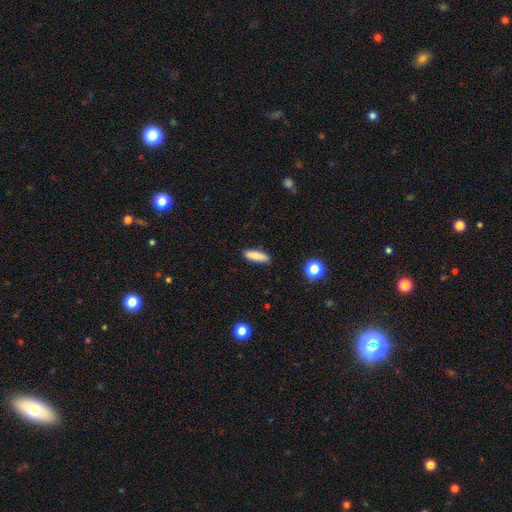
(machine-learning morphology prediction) Q: Smooth or featured?
A: smooth (86%); runner-up: star or artifact (7%)
Q: How rounded?
A: cigar-shaped (51%); runner-up: in between (47%)
Q: Merging?
A: none (88%); runner-up: minor disturbance (9%)